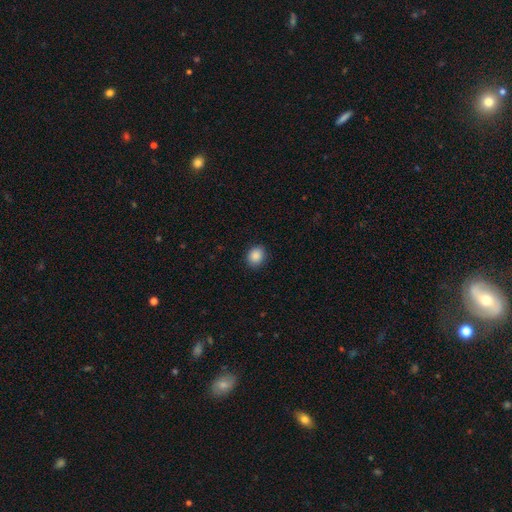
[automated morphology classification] This appears to be a smooth galaxy with no disk features (88%) that is round (57%). Merging: none (89%).